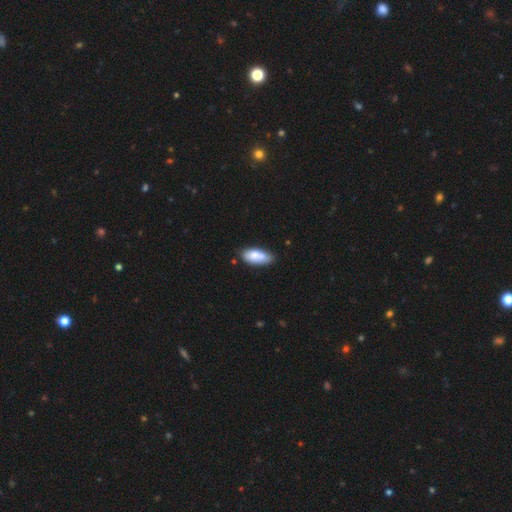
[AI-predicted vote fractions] This is likely a smooth galaxy (79%). How rounded: clearly in between (83%). Merging: likely none (68%).